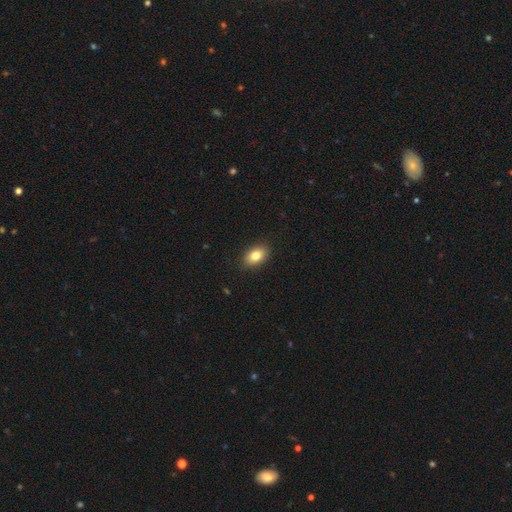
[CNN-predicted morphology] The model was most divided on "smooth or featured": smooth: 83%, featured or disk: 9%, star or artifact: 8%. More confident: merging — none (89%); how rounded — in between (87%).